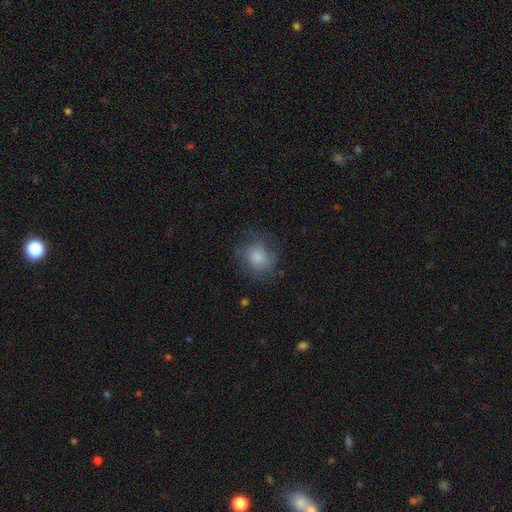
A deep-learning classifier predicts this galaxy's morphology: Smooth or featured? Predicted: smooth (p=0.68). How rounded? Predicted: round (p=0.76). Merging? Predicted: none (p=0.69).